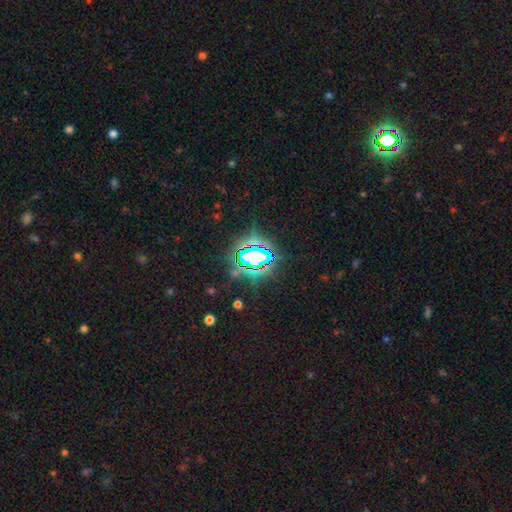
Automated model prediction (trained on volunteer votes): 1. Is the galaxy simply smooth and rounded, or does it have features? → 72% star or artifact, 16% smooth, 11% featured or disk.